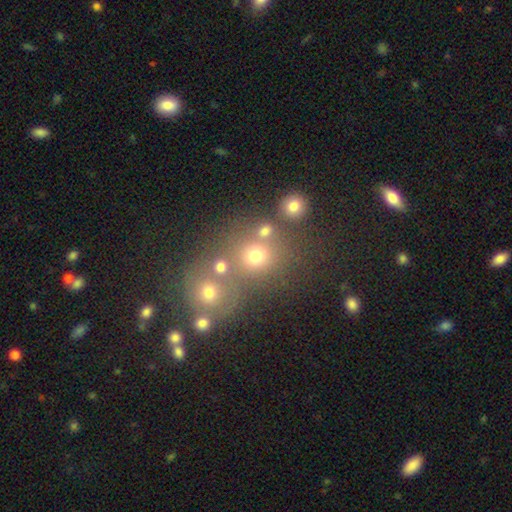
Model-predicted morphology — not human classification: smooth-or-featured: smooth: 55% | star or artifact: 31% | featured or disk: 14%
  how-rounded: round: 81% | in between: 18% | cigar-shaped: 1%
  merging: none: 54% | merger: 34% | minor disturbance: 8% | major disturbance: 4%